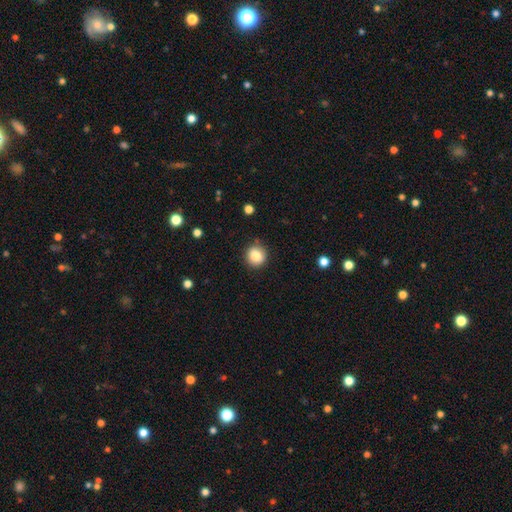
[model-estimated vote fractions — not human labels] Smooth or featured? smooth (83%)
How rounded? round (89%)
Merging? none (87%)